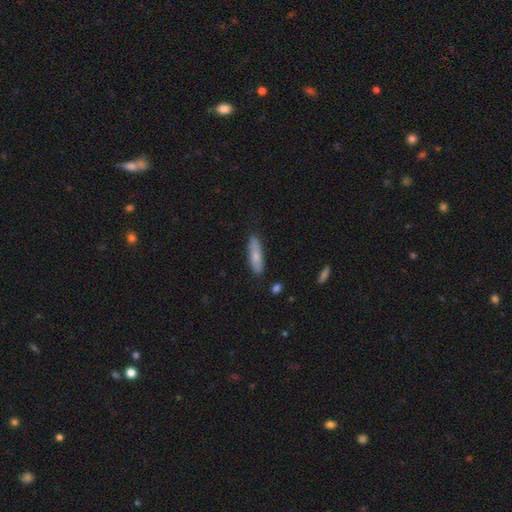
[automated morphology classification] Smooth or featured: smooth — 71% (featured or disk — 23%)
How rounded: cigar-shaped — 62% (in between — 36%)
Merging: none — 84% (minor disturbance — 12%)